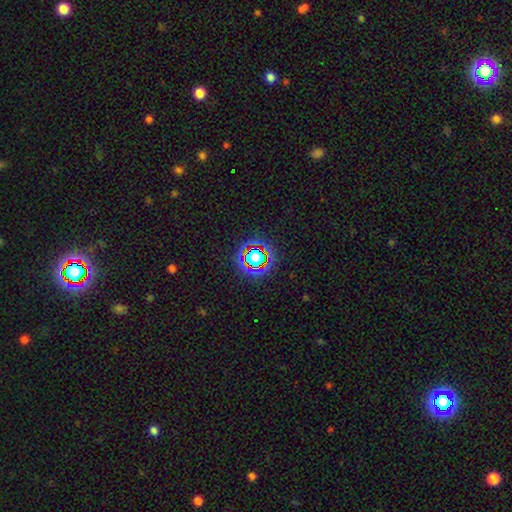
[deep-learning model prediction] A star or artifact, not a galaxy (60%).

Vote fractions:
- Smooth or featured? star or artifact: 60% / smooth: 28% / featured or disk: 12%